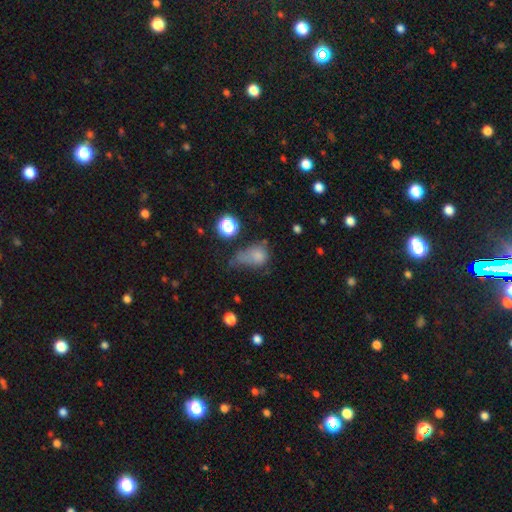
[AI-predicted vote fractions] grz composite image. It shows a smooth galaxy with no disk features (70%) that is in between round and cigar-shaped (58%). Merging: major disturbance (36%).